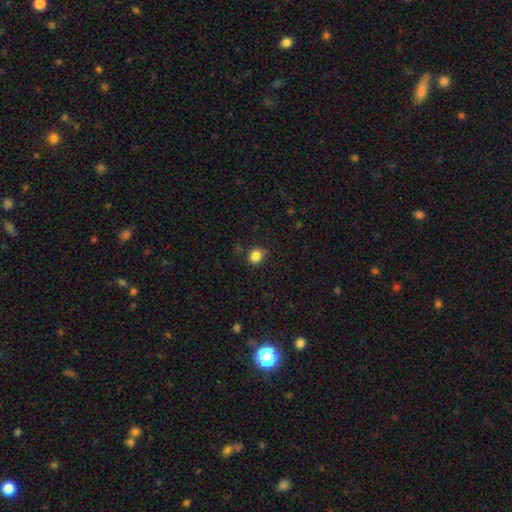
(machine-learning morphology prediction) Q: Smooth or featured?
A: smooth (84%); runner-up: star or artifact (12%)
Q: How rounded?
A: round (80%); runner-up: in between (19%)
Q: Merging?
A: none (82%); runner-up: minor disturbance (13%)